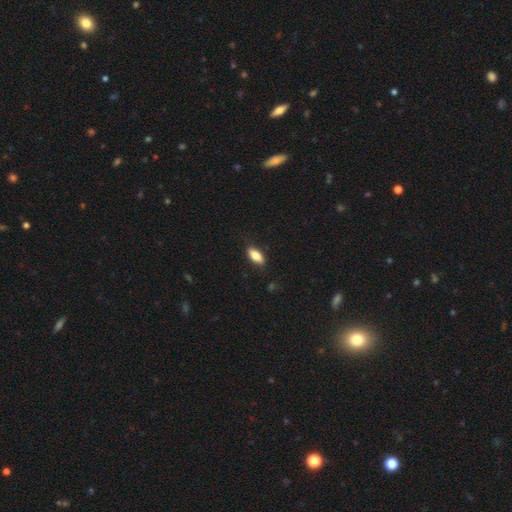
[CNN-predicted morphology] This is clearly a smooth galaxy (81%). How rounded: clearly in between (82%). Merging: clearly none (85%).